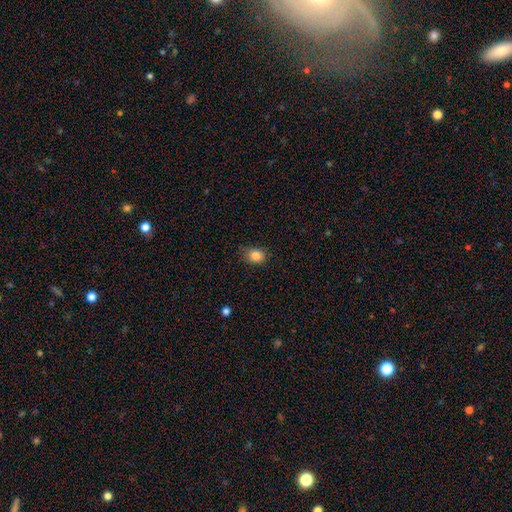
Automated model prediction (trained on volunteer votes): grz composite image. It shows a smooth galaxy with no disk features (84%) that is in between round and cigar-shaped (52%). Merging: none (76%).